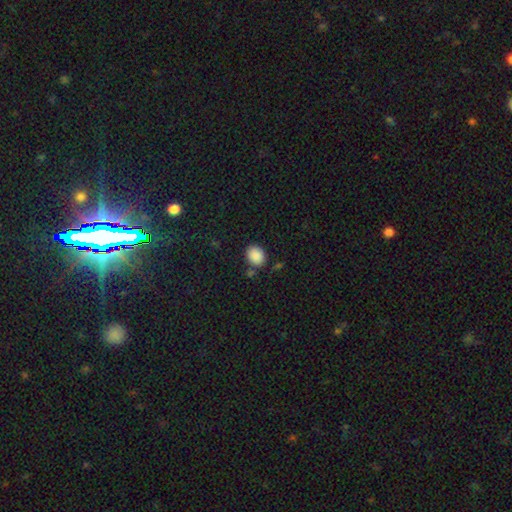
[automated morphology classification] Smooth or featured? Predicted: smooth (p=0.88). How rounded? Predicted: in between (p=0.53). Merging? Predicted: none (p=0.76).